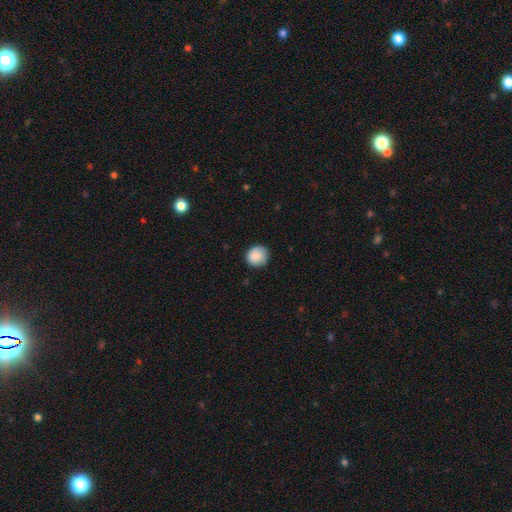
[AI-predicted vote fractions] smooth_or_featured: smooth (p=0.87) [alt: star or artifact p=0.07]
how_rounded: round (p=0.89) [alt: in between p=0.10]
merging: none (p=0.82) [alt: minor disturbance p=0.14]